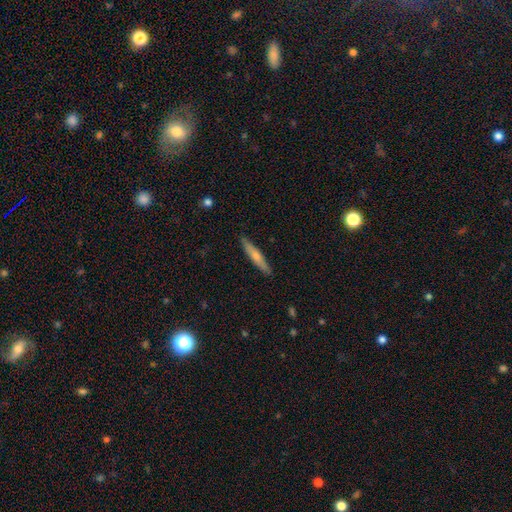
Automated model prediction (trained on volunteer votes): smooth-or-featured: smooth: 55% | featured or disk: 40% | star or artifact: 6%
  how-rounded: cigar-shaped: 91% | in between: 7% | round: 2%
  merging: none: 89% | minor disturbance: 8% | major disturbance: 2% | merger: 1%